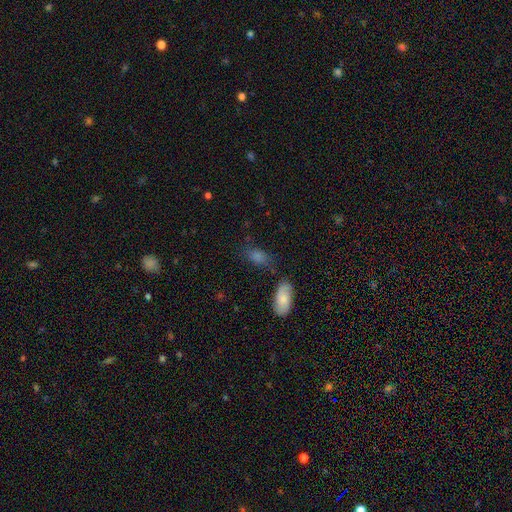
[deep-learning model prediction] smooth_or_featured: smooth (p=0.69) [alt: star or artifact p=0.17]
how_rounded: in between (p=0.83) [alt: round p=0.10]
merging: none (p=0.60) [alt: minor disturbance p=0.21]